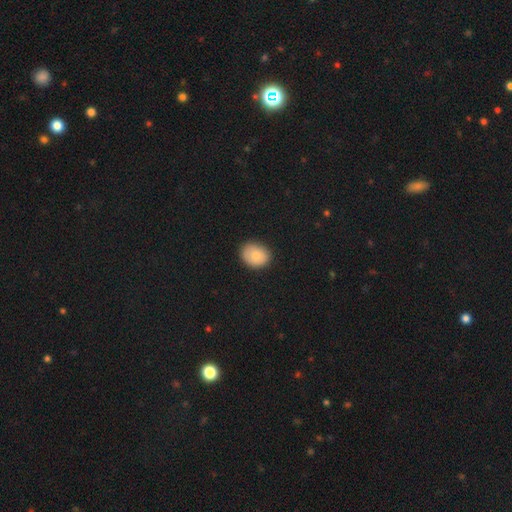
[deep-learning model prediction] Smooth or featured? smooth (79%)
How rounded? in between (50%)
Merging? none (83%)